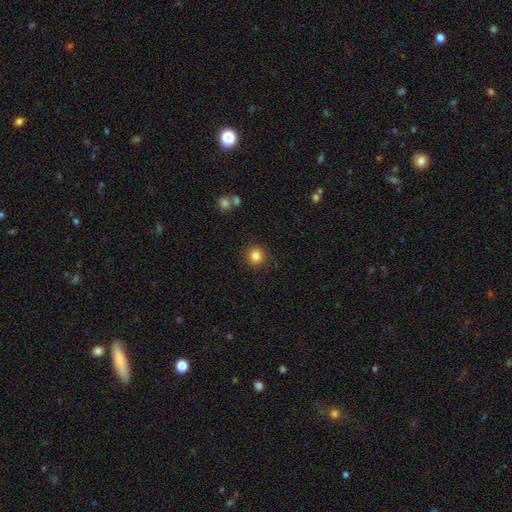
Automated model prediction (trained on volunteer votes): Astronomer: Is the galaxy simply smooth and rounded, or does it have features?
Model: smooth — 84%.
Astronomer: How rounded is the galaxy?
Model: round — 92%.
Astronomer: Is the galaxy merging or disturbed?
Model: none — 89%.